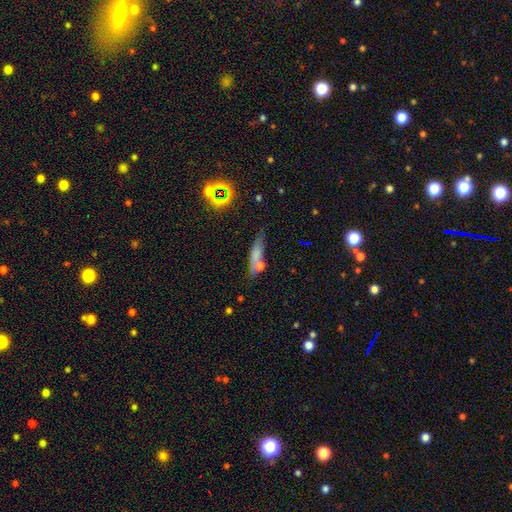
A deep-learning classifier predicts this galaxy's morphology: Smooth or featured?
  - smooth: 60% *
  - featured or disk: 25%
  - star or artifact: 14%
How rounded?
  - cigar-shaped: 55% *
  - in between: 39%
  - round: 6%
Merging?
  - none: 53% *
  - minor disturbance: 22%
  - merger: 16%
  - major disturbance: 9%